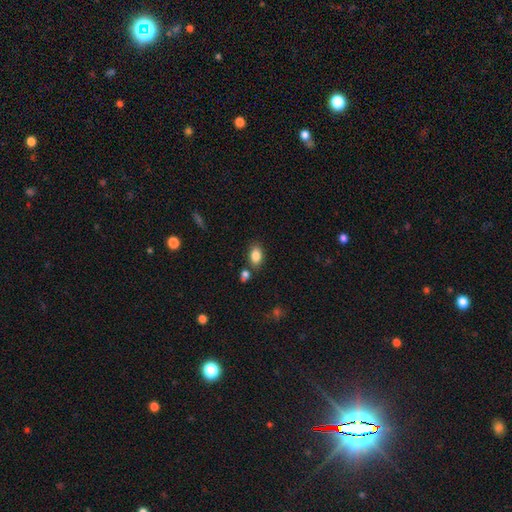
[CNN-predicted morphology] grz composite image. It shows a smooth galaxy with no disk features (85%) that is in between round and cigar-shaped (87%). Merging: none (75%).